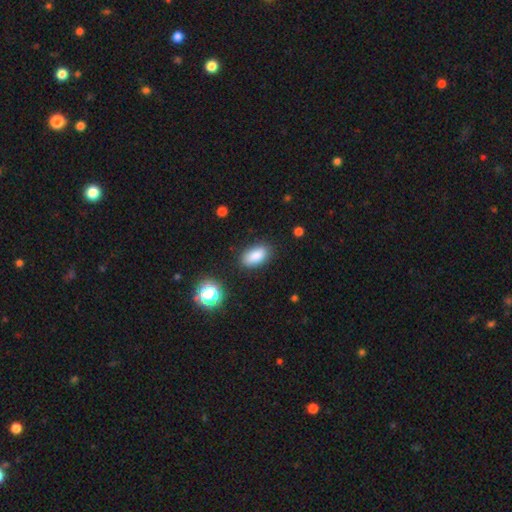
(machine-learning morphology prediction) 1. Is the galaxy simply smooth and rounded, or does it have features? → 85% smooth, 9% star or artifact, 5% featured or disk.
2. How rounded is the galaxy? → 91% in between, 6% round, 3% cigar-shaped.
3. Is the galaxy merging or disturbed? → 85% none, 11% minor disturbance, 3% major disturbance, 2% merger.